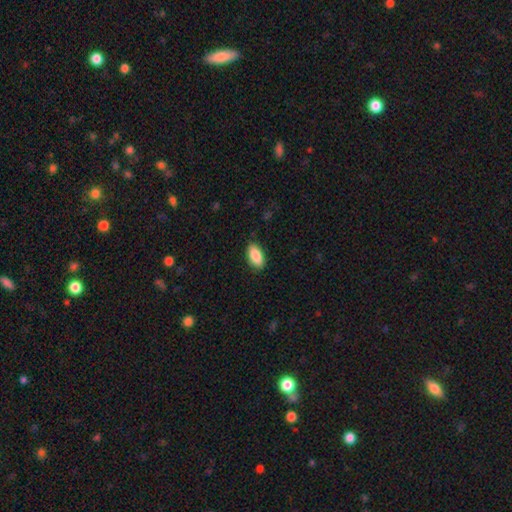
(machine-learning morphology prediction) Smooth or featured: smooth — 89% (star or artifact — 6%)
How rounded: in between — 91% (cigar-shaped — 6%)
Merging: none — 87% (minor disturbance — 9%)